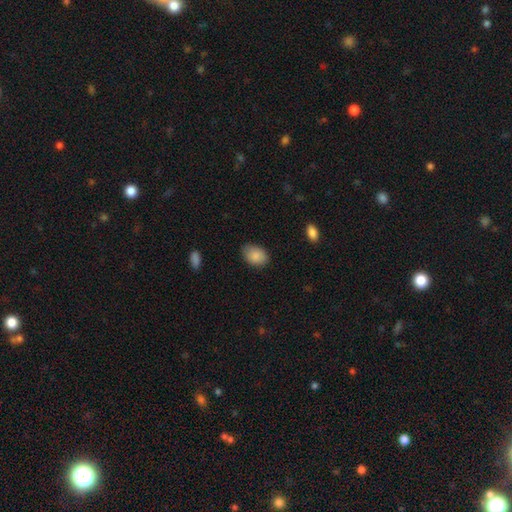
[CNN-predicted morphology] smooth-or-featured: smooth: 88% | star or artifact: 7% | featured or disk: 5%
  how-rounded: in between: 80% | round: 19% | cigar-shaped: 1%
  merging: none: 80% | minor disturbance: 16% | major disturbance: 3% | merger: 1%